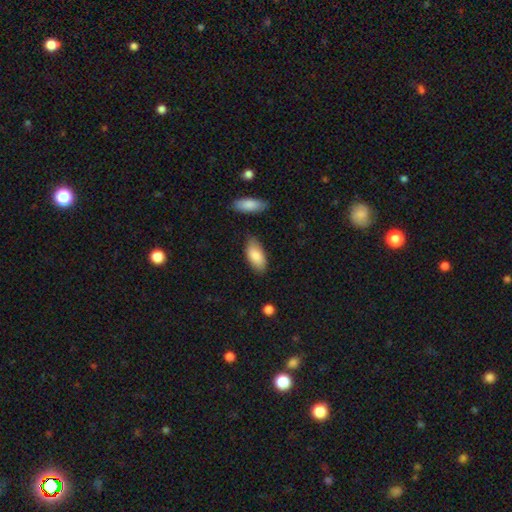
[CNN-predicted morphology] The model was most divided on "merging": none: 78%, minor disturbance: 15%, merger: 4%, major disturbance: 3%. More confident: how rounded — in between (90%); smooth or featured — smooth (85%).